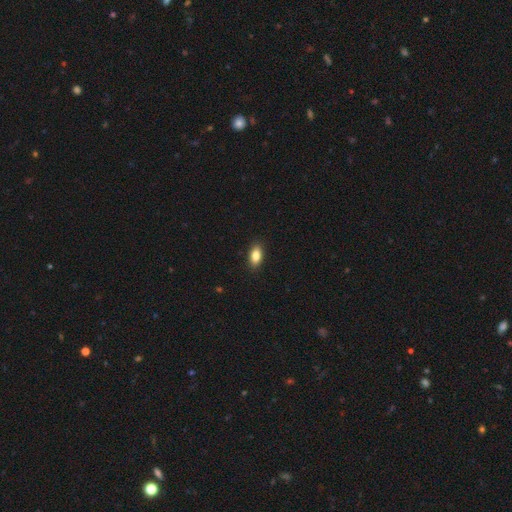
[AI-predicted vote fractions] Smooth or featured?
  - smooth: 84% *
  - star or artifact: 8%
  - featured or disk: 8%
How rounded?
  - in between: 89% *
  - round: 6%
  - cigar-shaped: 5%
Merging?
  - none: 89% *
  - minor disturbance: 8%
  - major disturbance: 2%
  - merger: 1%